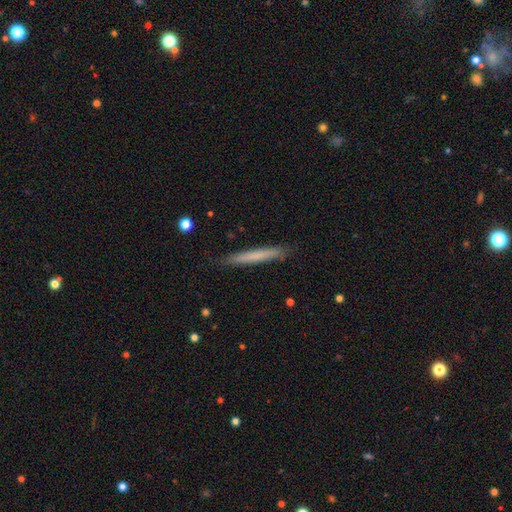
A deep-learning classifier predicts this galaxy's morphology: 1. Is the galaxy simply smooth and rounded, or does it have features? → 67% smooth, 27% featured or disk, 6% star or artifact.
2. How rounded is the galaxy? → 97% cigar-shaped, 2% in between, 1% round.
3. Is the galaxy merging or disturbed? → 87% none, 10% minor disturbance, 2% major disturbance, 1% merger.